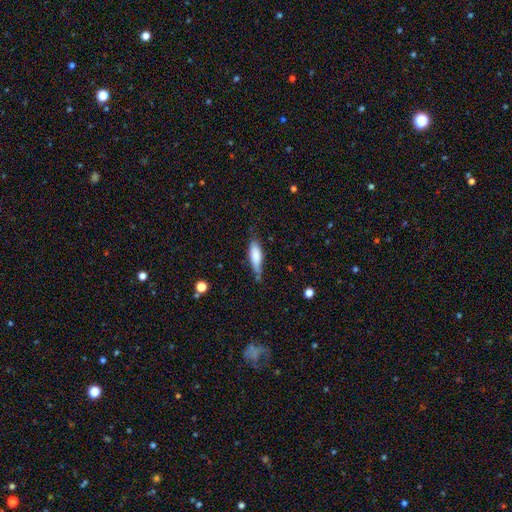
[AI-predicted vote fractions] Smooth or featured: smooth — 74% (featured or disk — 19%)
How rounded: in between — 50% (cigar-shaped — 49%)
Merging: none — 54% (minor disturbance — 34%)